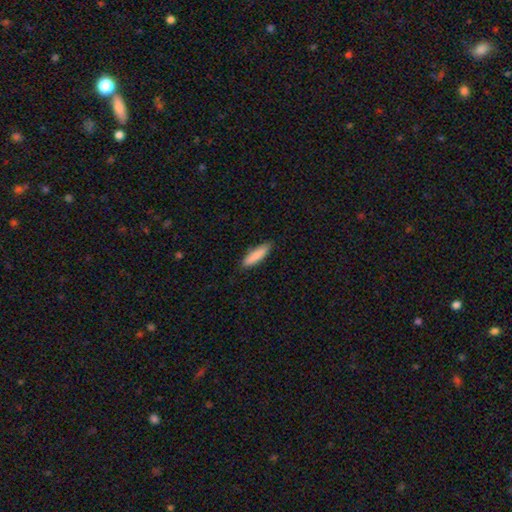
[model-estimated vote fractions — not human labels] Overall: smooth (86%). How rounded: cigar-shaped (73%). Merging: none (87%).